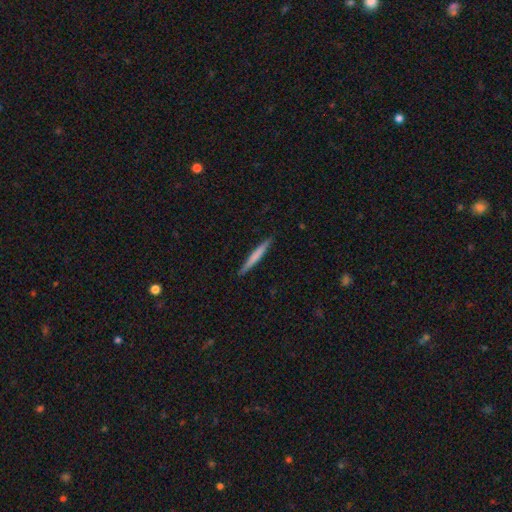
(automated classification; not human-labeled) smooth 62%, featured or disk 33%, star or artifact 5%. Down the decision tree: how rounded — cigar-shaped (97%); merging — none (91%).